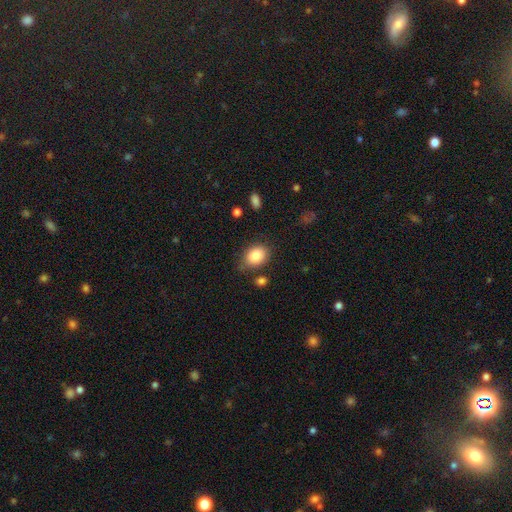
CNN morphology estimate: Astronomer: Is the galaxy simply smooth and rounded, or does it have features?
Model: smooth — 85%.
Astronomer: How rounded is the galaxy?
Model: in between — 70%.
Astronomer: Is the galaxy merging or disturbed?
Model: none — 74%.